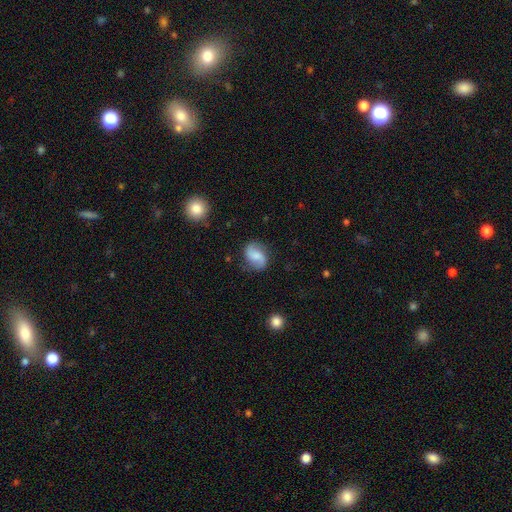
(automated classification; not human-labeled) A featured or disk galaxy (58%) with no bar (50%), 2 (91%) loose (59%) spiral arms (93%) and a moderate central bulge (35%). Merging: none (79%).